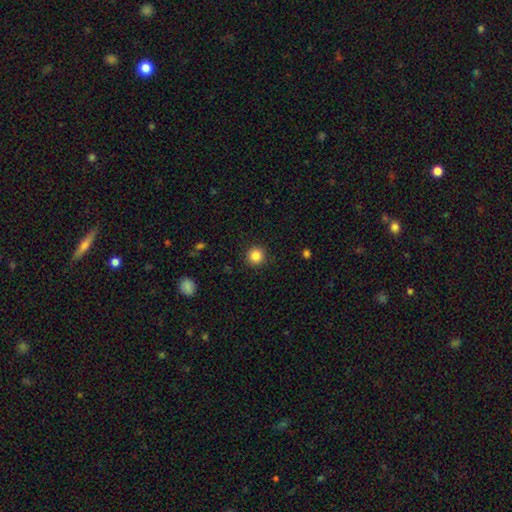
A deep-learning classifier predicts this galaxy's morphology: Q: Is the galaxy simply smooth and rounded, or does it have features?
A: smooth — 85%.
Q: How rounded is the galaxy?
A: round — 94%.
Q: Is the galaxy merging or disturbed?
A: none — 91%.